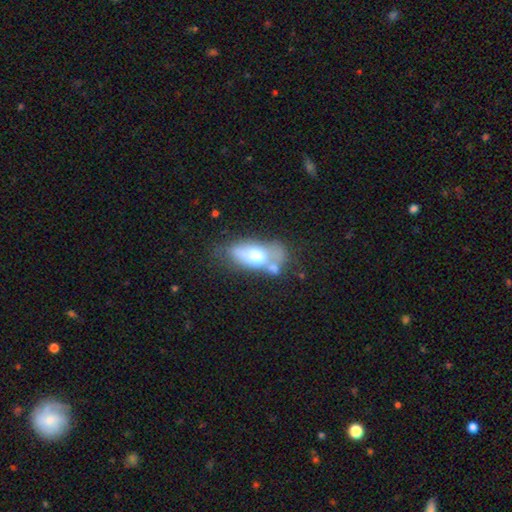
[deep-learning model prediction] Morphology: type=smooth (58%); roundness=in between (87%); merging=merger (33%).